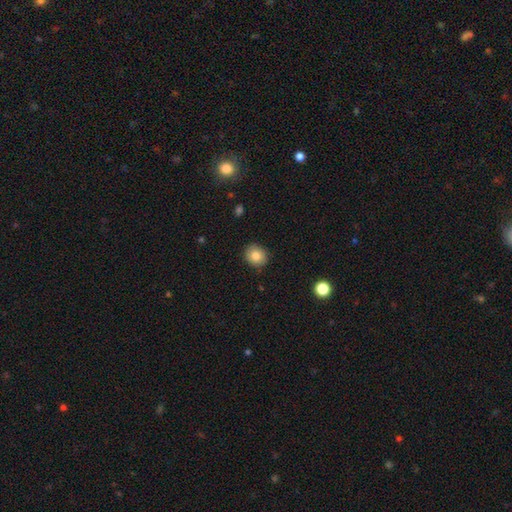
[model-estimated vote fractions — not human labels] Smooth or featured: smooth — 81% (star or artifact — 9%)
How rounded: round — 78% (in between — 22%)
Merging: none — 88% (minor disturbance — 9%)